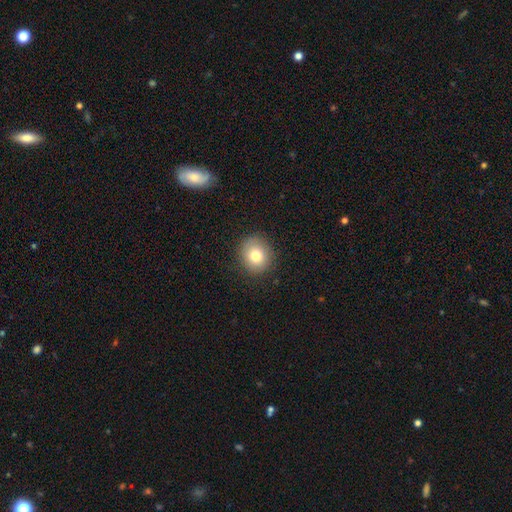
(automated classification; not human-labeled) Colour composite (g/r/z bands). It shows a smooth galaxy with no disk features (78%) that is round (80%). Merging: none (86%).